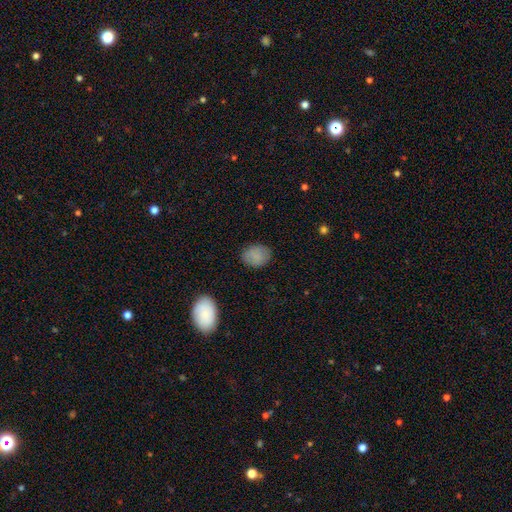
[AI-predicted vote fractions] Overall: smooth (84%). How rounded: in between (58%; round 41%). Merging: none (83%).